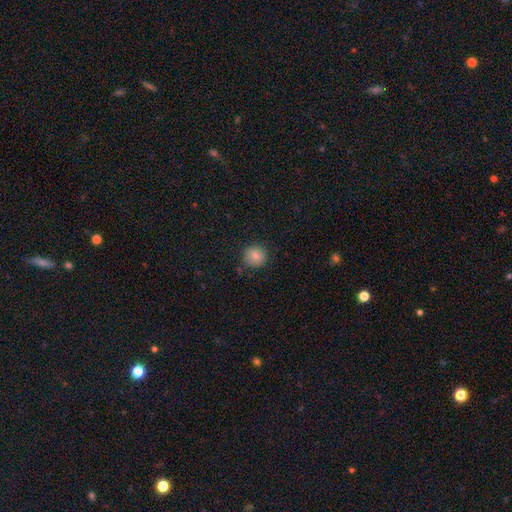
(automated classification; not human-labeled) smooth 82%, star or artifact 10%, featured or disk 8%. Down the decision tree: how rounded — round (91%); merging — none (83%).